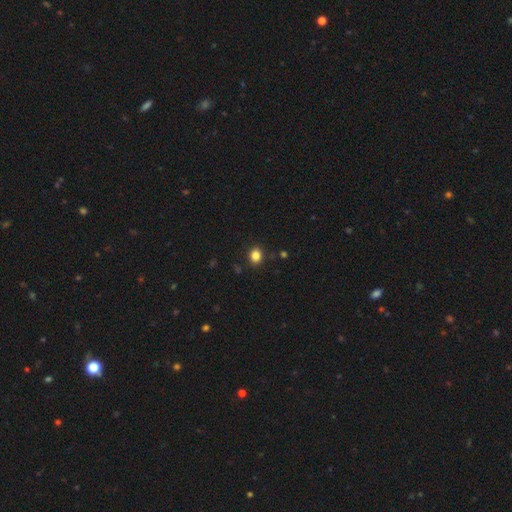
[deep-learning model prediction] A smooth galaxy with no disk features (84%) that is round (61%). Merging: none (88%).